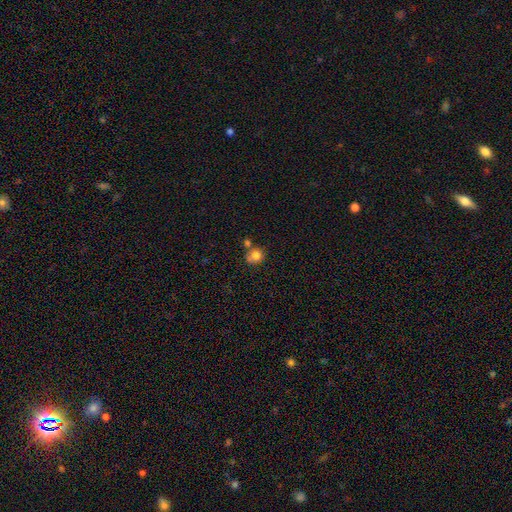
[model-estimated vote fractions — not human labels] Smooth or featured? Predicted: smooth (p=0.80). How rounded? Predicted: round (p=0.85). Merging? Predicted: none (p=0.59).